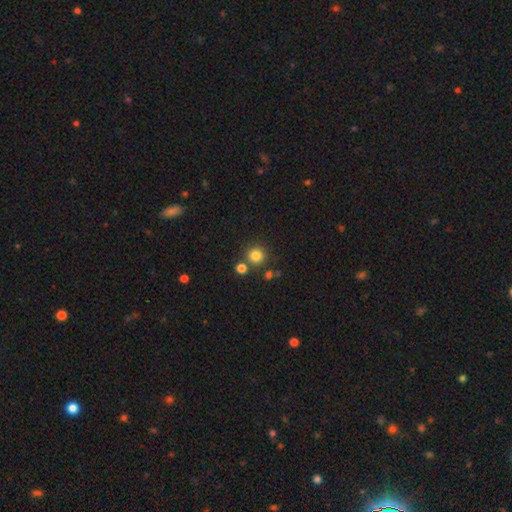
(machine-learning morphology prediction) Smooth or featured? smooth (81%)
How rounded? round (93%)
Merging? none (78%)